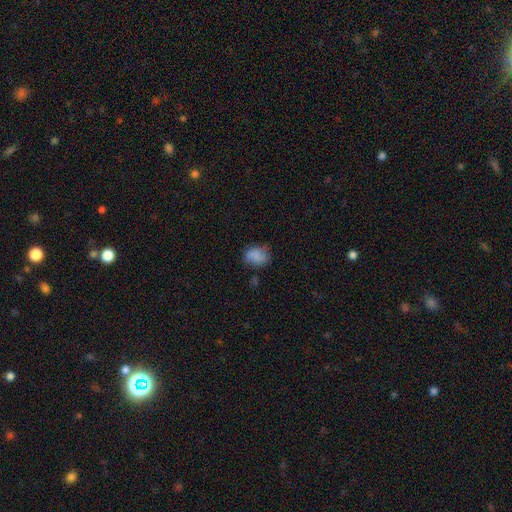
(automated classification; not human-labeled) smooth-or-featured: smooth: 73% | featured or disk: 17% | star or artifact: 10%
  how-rounded: in between: 62% | round: 36% | cigar-shaped: 1%
  merging: none: 54% | minor disturbance: 30% | major disturbance: 13% | merger: 4%